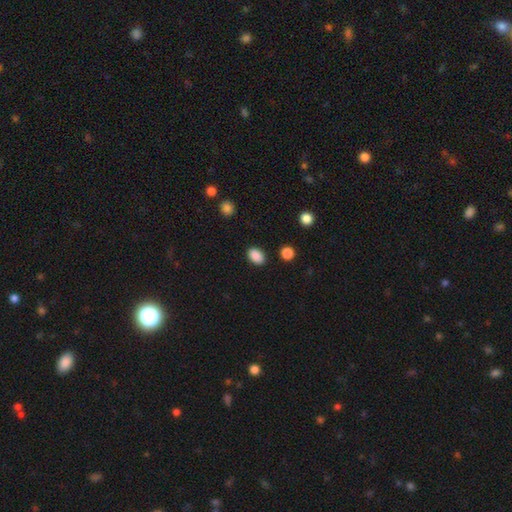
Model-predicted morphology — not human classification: Overall: smooth (88%). How rounded: in between (84%). Merging: none (88%).